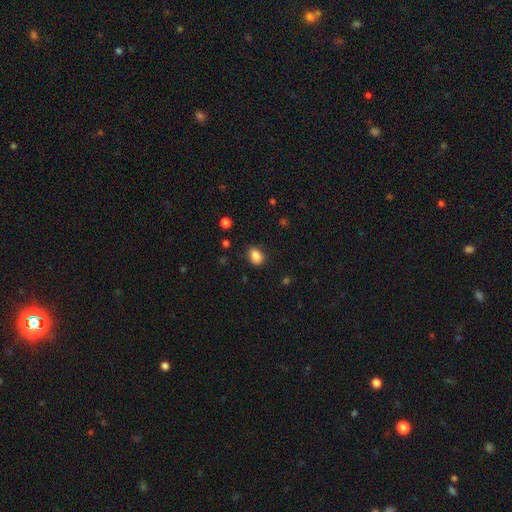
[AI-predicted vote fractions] smooth_or_featured: smooth (p=0.86) [alt: star or artifact p=0.10]
how_rounded: in between (p=0.68) [alt: round p=0.30]
merging: none (p=0.81) [alt: minor disturbance p=0.14]